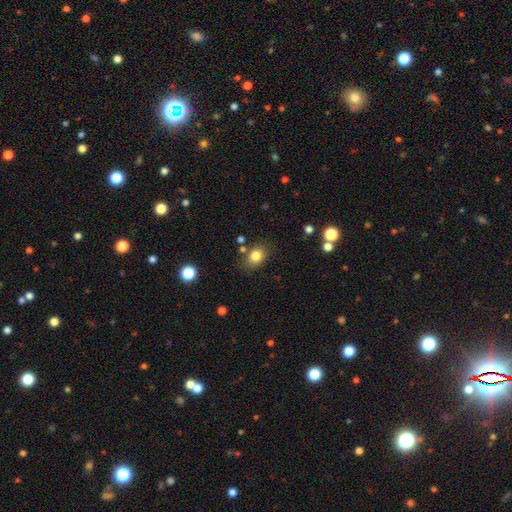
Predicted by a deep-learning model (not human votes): A smooth galaxy with no disk features (82%) that is in between round and cigar-shaped (53%).

Vote fractions:
- Smooth or featured? smooth: 82% / star or artifact: 11% / featured or disk: 7%
- How rounded? in between: 53% / round: 46% / cigar-shaped: 1%
- Merging? none: 76% / minor disturbance: 14% / merger: 5% / major disturbance: 4%